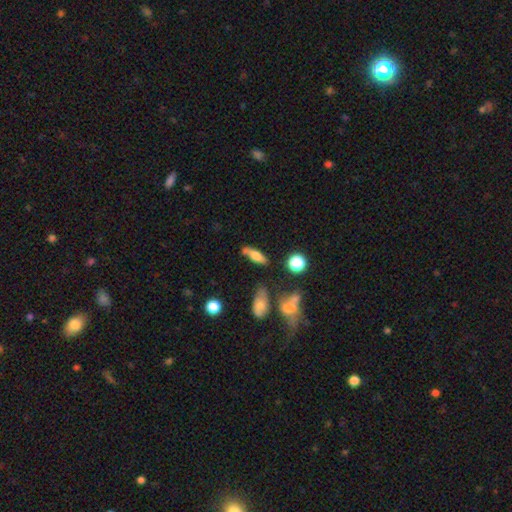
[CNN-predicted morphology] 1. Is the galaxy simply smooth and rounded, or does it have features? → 57% smooth, 34% featured or disk, 9% star or artifact.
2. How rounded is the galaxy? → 55% in between, 41% cigar-shaped, 5% round.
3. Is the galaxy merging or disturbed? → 63% none, 20% minor disturbance, 10% merger, 7% major disturbance.